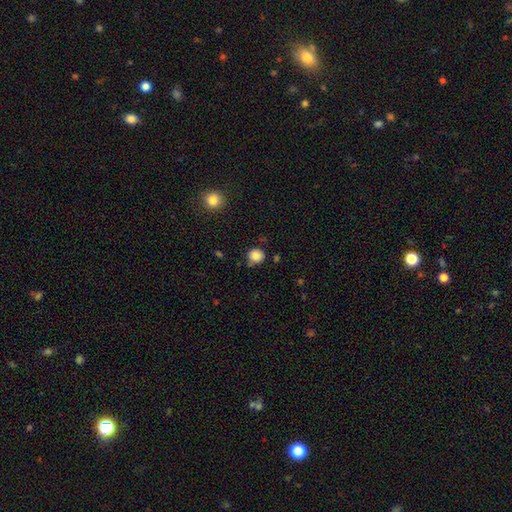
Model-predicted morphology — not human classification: smooth_or_featured: smooth (p=0.85) [alt: star or artifact p=0.10]
how_rounded: round (p=0.83) [alt: in between p=0.16]
merging: none (p=0.75) [alt: minor disturbance p=0.18]